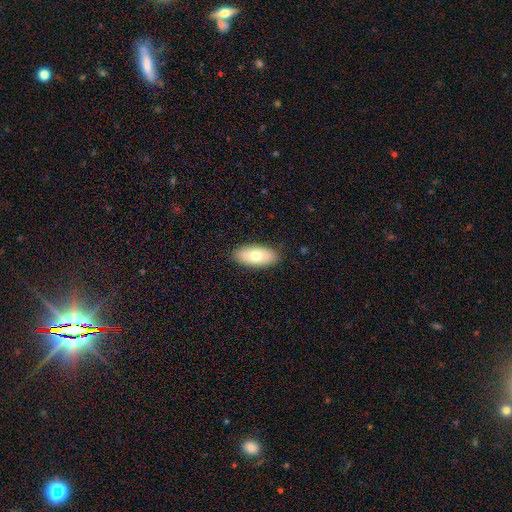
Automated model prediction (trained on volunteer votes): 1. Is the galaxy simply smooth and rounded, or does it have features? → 71% smooth, 22% featured or disk, 7% star or artifact.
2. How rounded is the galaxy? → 90% in between, 7% cigar-shaped, 3% round.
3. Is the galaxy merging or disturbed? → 88% none, 9% minor disturbance, 2% major disturbance, 1% merger.